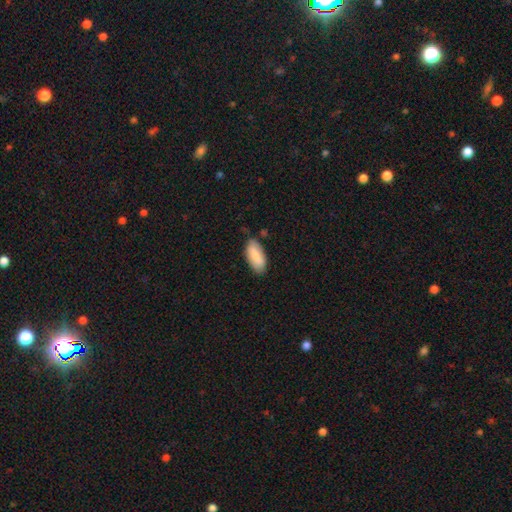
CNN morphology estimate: smooth-or-featured: smooth: 84% | featured or disk: 10% | star or artifact: 6%
  how-rounded: in between: 88% | cigar-shaped: 10% | round: 2%
  merging: none: 76% | minor disturbance: 18% | major disturbance: 3% | merger: 2%